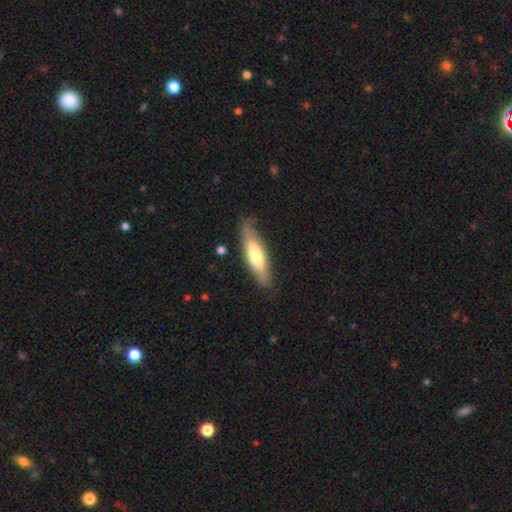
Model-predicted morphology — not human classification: Smooth or featured: smooth — 57% (featured or disk — 38%)
How rounded: cigar-shaped — 63% (in between — 36%)
Merging: none — 78% (minor disturbance — 17%)